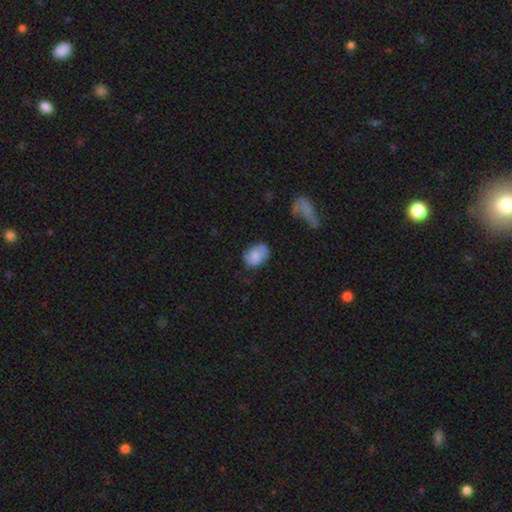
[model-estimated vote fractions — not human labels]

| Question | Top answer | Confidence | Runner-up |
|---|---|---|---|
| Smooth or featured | smooth | 78% | featured or disk (15%) |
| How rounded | in between | 80% | round (19%) |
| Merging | none | 64% | minor disturbance (27%) |